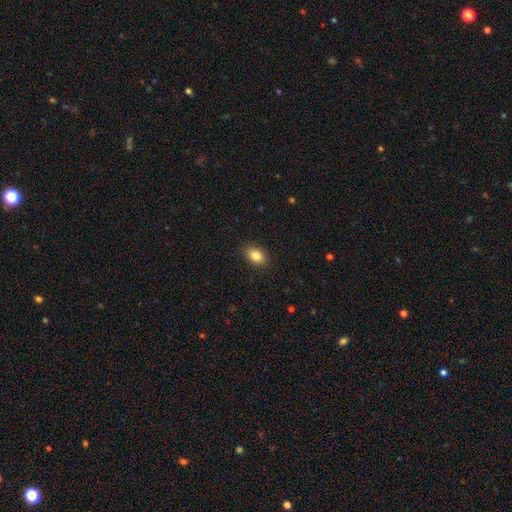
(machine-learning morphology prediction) A smooth galaxy with no disk features (85%) that is in between round and cigar-shaped (84%). Merging: none (89%).